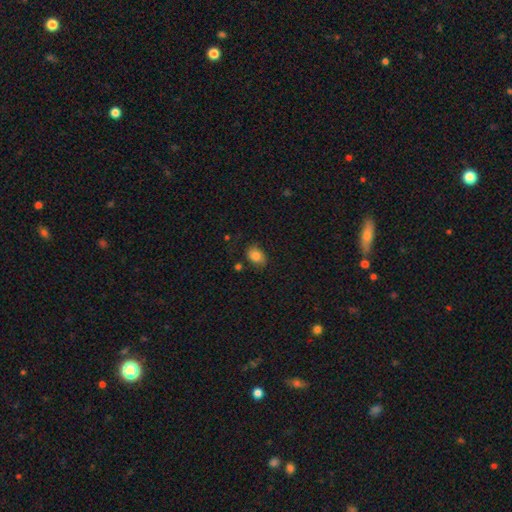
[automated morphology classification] smooth-or-featured: smooth: 82% | star or artifact: 9% | featured or disk: 9%
  how-rounded: in between: 76% | round: 23% | cigar-shaped: 1%
  merging: none: 74% | minor disturbance: 18% | major disturbance: 5% | merger: 3%